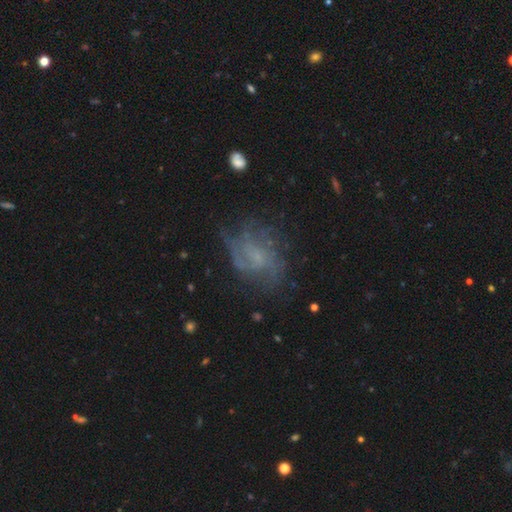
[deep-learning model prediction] The model was most divided on "bulge size": none: 41%, small: 38%, moderate: 17%, large: 3%, dominant: 1%. More confident: edge-on disk — no (96%); spiral arms — yes (73%); bar — no (62%); merging — none (61%); smooth or featured — featured or disk (59%).